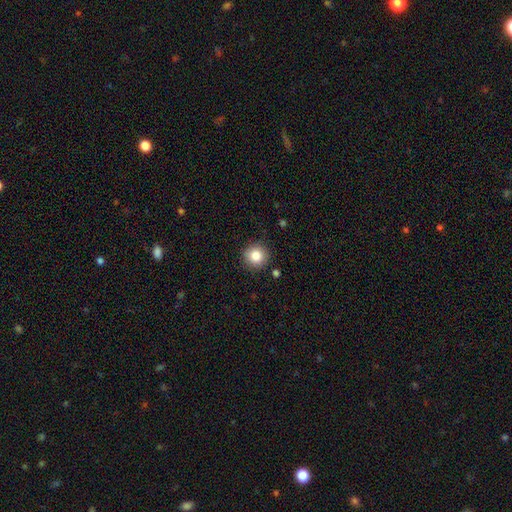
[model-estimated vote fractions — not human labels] This is clearly a smooth galaxy (84%). How rounded: clearly round (93%). Merging: clearly none (89%).